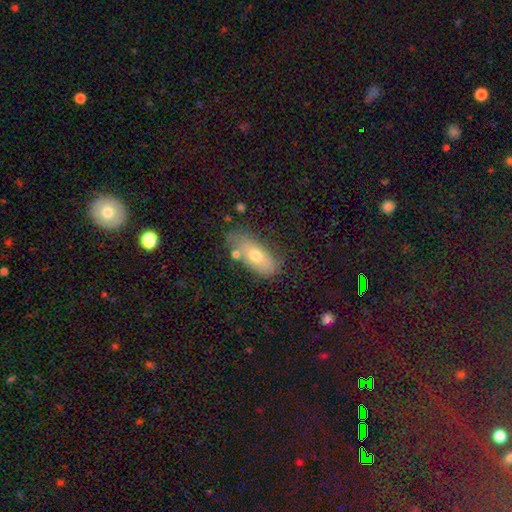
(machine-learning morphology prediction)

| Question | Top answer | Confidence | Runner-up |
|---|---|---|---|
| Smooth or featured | smooth | 66% | featured or disk (27%) |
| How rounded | in between | 83% | cigar-shaped (13%) |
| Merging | none | 64% | minor disturbance (21%) |